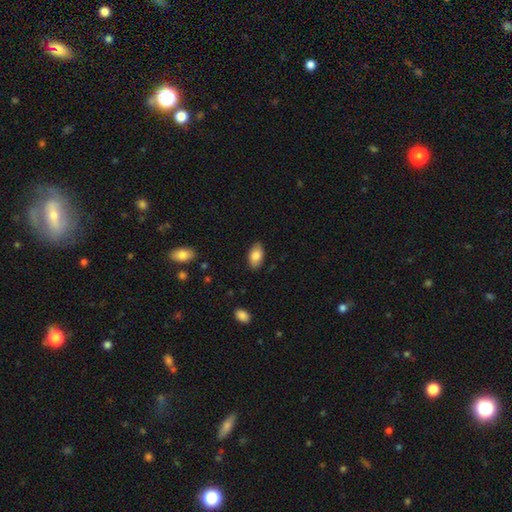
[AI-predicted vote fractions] smooth_or_featured: smooth (p=0.82) [alt: featured or disk p=0.11]
how_rounded: in between (p=0.93) [alt: round p=0.05]
merging: none (p=0.85) [alt: minor disturbance p=0.11]